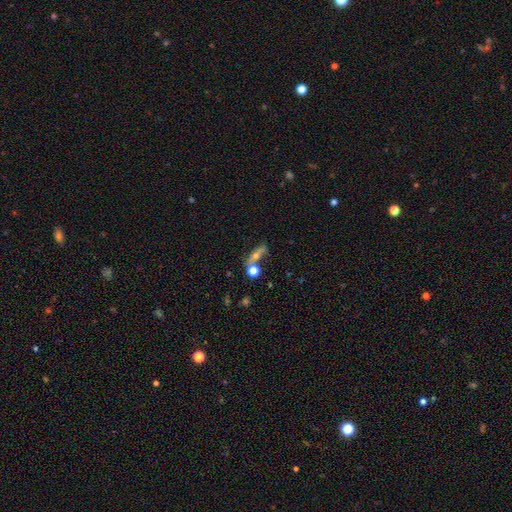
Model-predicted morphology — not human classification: smooth_or_featured: smooth (p=0.44) [alt: featured or disk p=0.38]
merging: none (p=0.44) [alt: merger p=0.29]